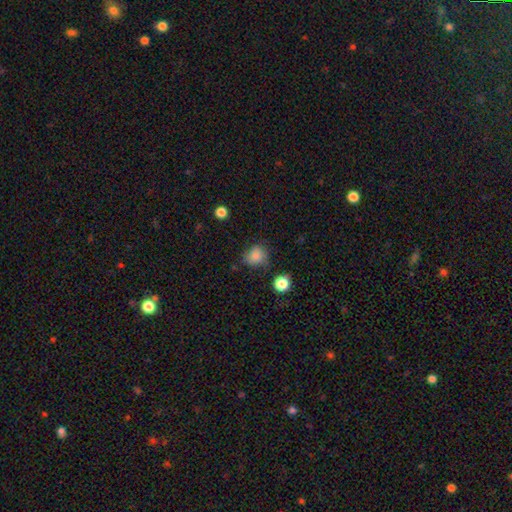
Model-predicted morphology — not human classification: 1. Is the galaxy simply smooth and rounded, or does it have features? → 80% smooth, 12% star or artifact, 8% featured or disk.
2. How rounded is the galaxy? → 77% round, 23% in between, 1% cigar-shaped.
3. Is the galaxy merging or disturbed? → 69% none, 22% minor disturbance, 7% major disturbance, 3% merger.